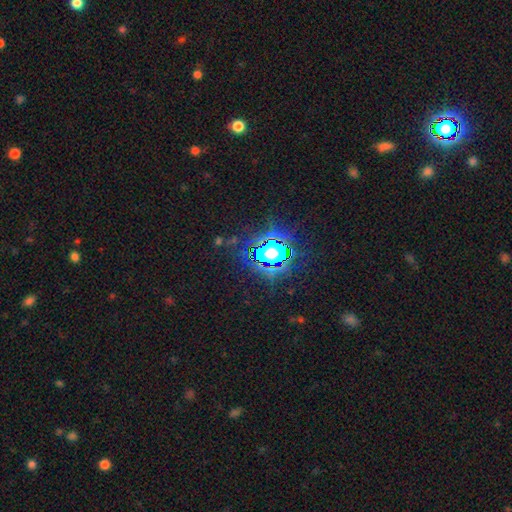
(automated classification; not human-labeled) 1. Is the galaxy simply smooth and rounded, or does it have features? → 78% star or artifact, 13% smooth, 9% featured or disk.